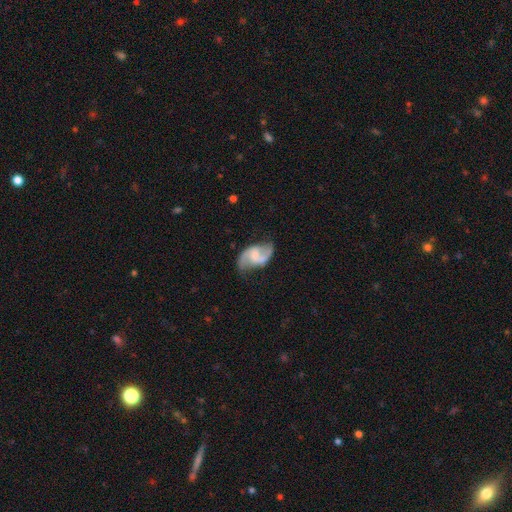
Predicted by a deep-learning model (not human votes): Smooth or featured? featured or disk (85%)
Edge-on disk? no (98%)
Bar? weak (53%)
Spiral arms? yes (96%)
Spiral winding? loose (50%)
Spiral arm count? 2 (93%)
Bulge size? small (37%)
Merging? none (72%)